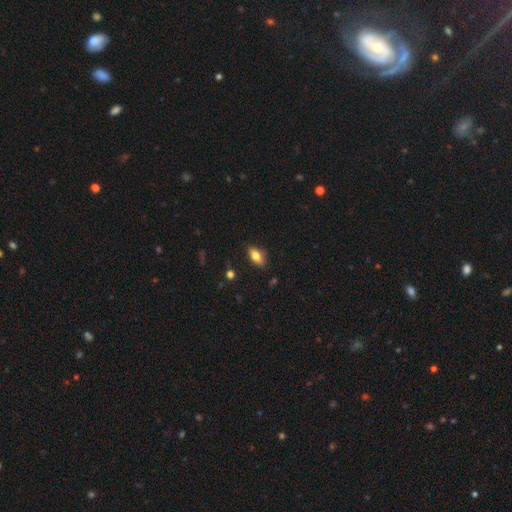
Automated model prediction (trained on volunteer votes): This appears to be a smooth galaxy with no disk features (76%) that is in between round and cigar-shaped (87%). Merging: none (82%).